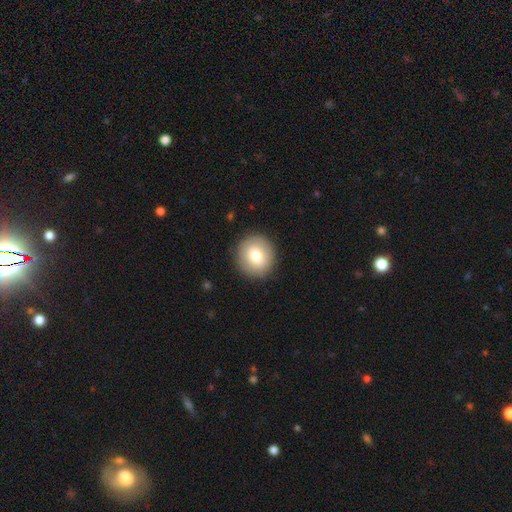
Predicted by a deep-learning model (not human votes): smooth-or-featured: smooth: 78% | featured or disk: 15% | star or artifact: 7%
  how-rounded: round: 90% | in between: 9% | cigar-shaped: 1%
  merging: none: 90% | minor disturbance: 7% | major disturbance: 2% | merger: 1%